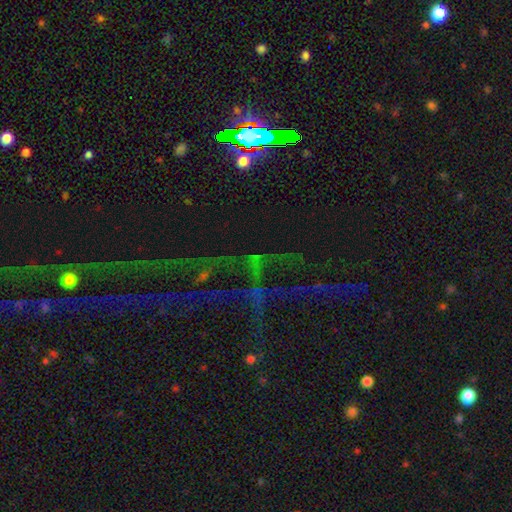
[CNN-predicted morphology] smooth_or_featured: star or artifact (p=0.80) [alt: featured or disk p=0.10]